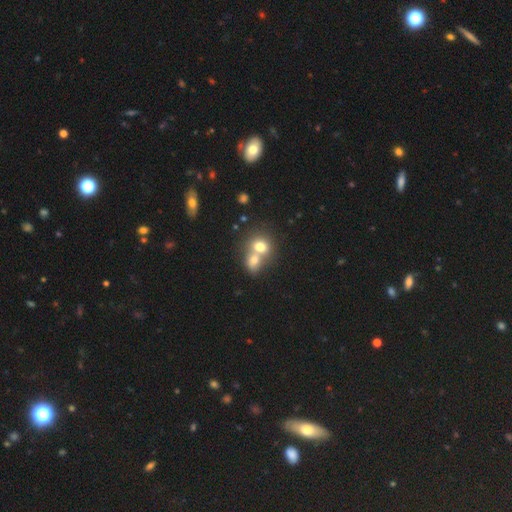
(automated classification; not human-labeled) Overall: smooth (67%). How rounded: round (63%; in between 35%). Merging: merger (69%).